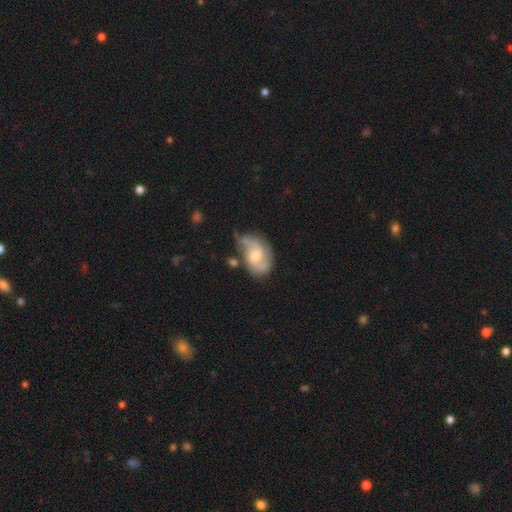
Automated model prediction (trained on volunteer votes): Smooth or featured? Predicted: featured or disk (p=0.75). Edge-on disk? Predicted: no (p=0.97). Bar? Predicted: no (p=0.52). Spiral arms? Predicted: yes (p=0.93). Spiral winding? Predicted: medium (p=0.48). Spiral arm count? Predicted: 2 (p=0.76). Bulge size? Predicted: moderate (p=0.58). Merging? Predicted: none (p=0.49).